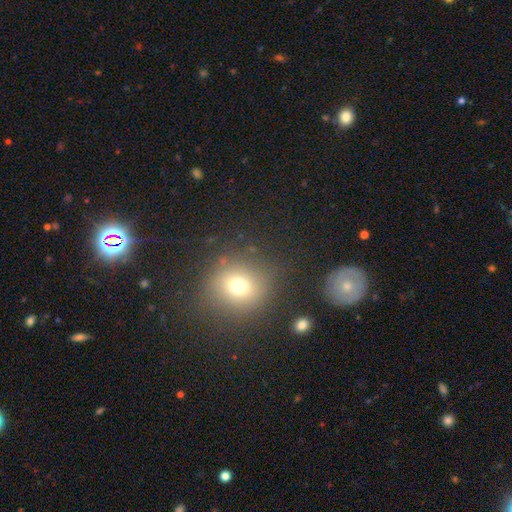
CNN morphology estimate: Q: Smooth or featured?
A: smooth (49%); runner-up: star or artifact (37%)
Q: Merging?
A: none (85%); runner-up: minor disturbance (8%)